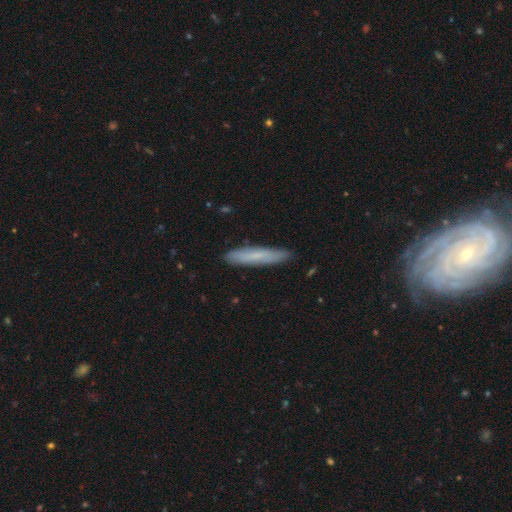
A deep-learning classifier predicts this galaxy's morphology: Smooth or featured? smooth (67%)
How rounded? cigar-shaped (91%)
Merging? none (88%)